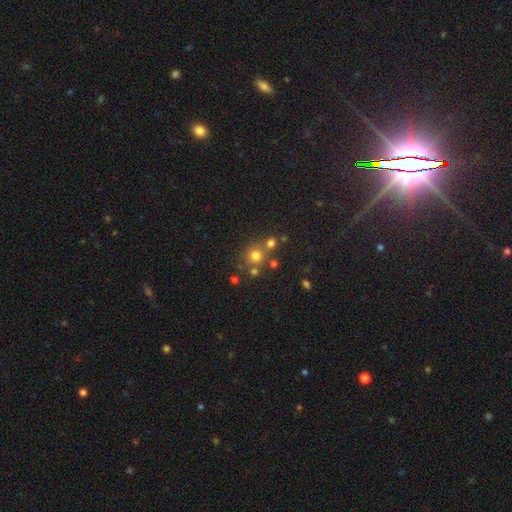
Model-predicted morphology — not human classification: A smooth galaxy with no disk features (71%) that is round (90%). Merging: none (64%).